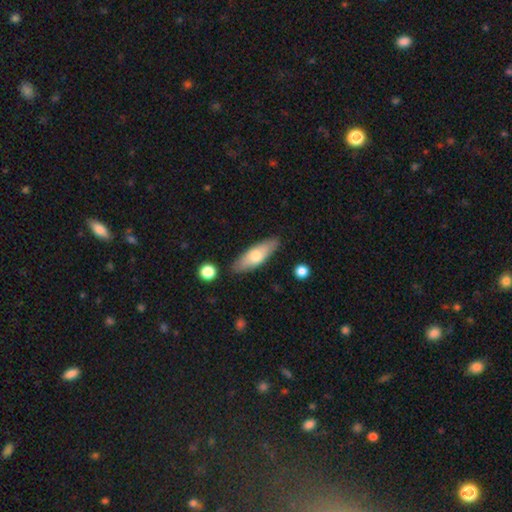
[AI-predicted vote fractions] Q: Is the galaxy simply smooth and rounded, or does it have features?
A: smooth — 64%.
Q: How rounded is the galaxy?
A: in between — 53%.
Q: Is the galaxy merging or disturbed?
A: none — 83%.